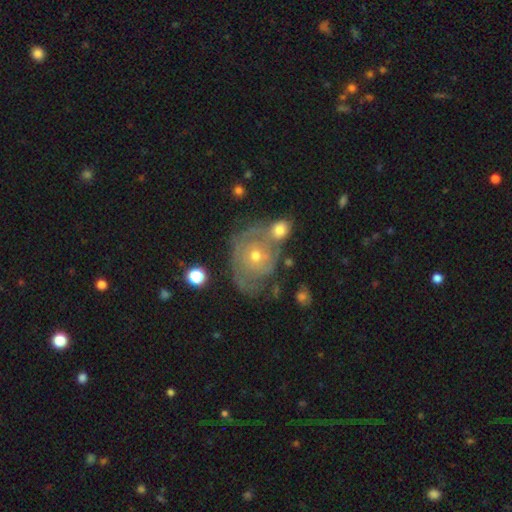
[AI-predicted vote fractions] A featured or disk galaxy (68%) with no bar (82%), tight (71%) spiral arms (80%) and a small central bulge (61%). Merging: none (63%).